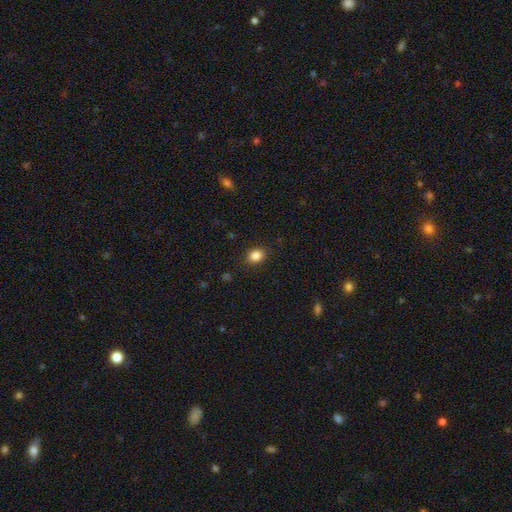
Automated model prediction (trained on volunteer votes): smooth_or_featured: smooth (p=0.86) [alt: star or artifact p=0.10]
how_rounded: in between (p=0.51) [alt: round p=0.48]
merging: none (p=0.88) [alt: minor disturbance p=0.09]